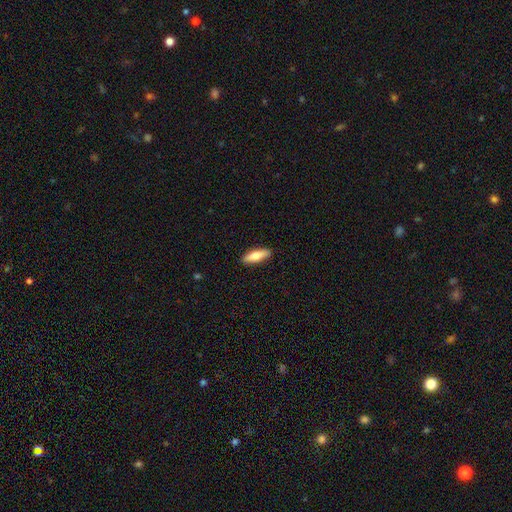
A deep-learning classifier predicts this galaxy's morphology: Overall: smooth (73%). How rounded: cigar-shaped (56%; in between 42%). Merging: none (90%).